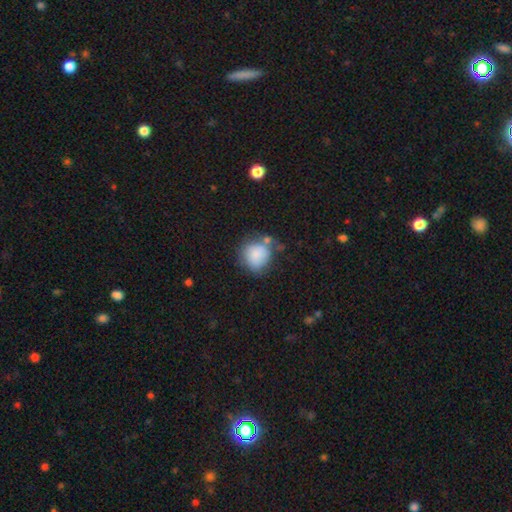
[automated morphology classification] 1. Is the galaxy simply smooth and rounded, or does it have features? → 81% smooth, 11% featured or disk, 8% star or artifact.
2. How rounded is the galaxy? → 82% round, 17% in between, 1% cigar-shaped.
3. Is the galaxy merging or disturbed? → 47% none, 26% minor disturbance, 16% merger, 11% major disturbance.